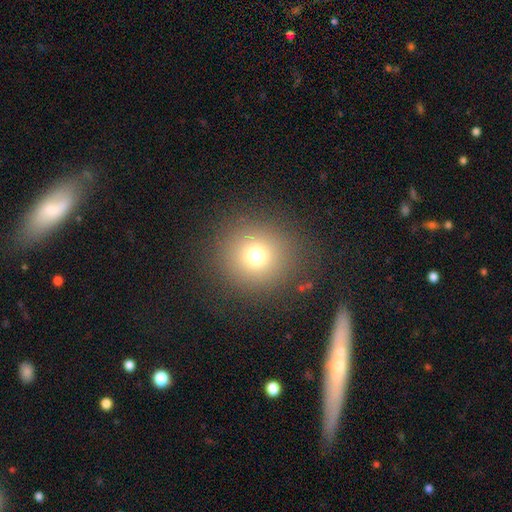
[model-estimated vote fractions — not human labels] smooth-or-featured: smooth: 73% | star or artifact: 17% | featured or disk: 10%
  how-rounded: round: 94% | in between: 5% | cigar-shaped: 1%
  merging: none: 88% | minor disturbance: 7% | major disturbance: 4% | merger: 1%